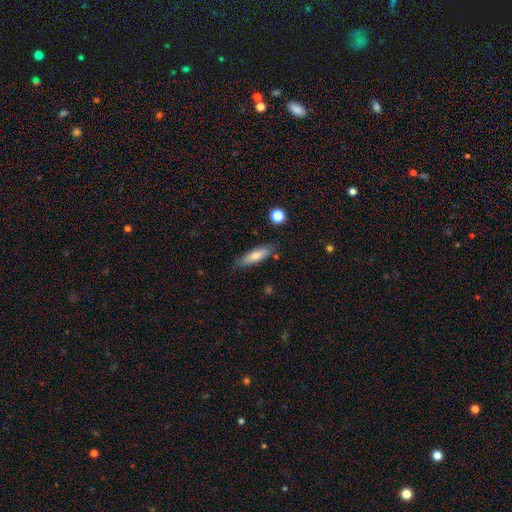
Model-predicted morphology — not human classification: This is likely a smooth galaxy (72%). How rounded: possibly cigar-shaped (58%). Merging: likely none (78%).